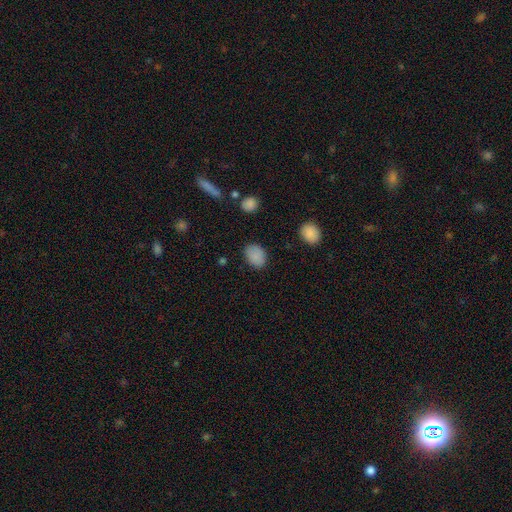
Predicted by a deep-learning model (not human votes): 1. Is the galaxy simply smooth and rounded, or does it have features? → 86% smooth, 9% star or artifact, 4% featured or disk.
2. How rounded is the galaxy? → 68% in between, 31% round, 1% cigar-shaped.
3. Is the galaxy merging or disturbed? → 84% none, 12% minor disturbance, 3% major disturbance, 2% merger.